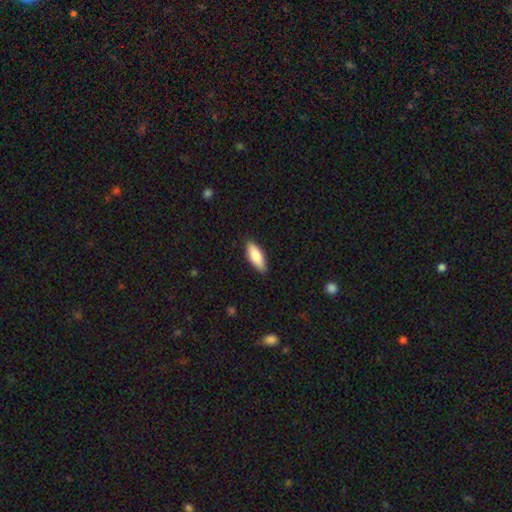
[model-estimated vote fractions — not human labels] Overall: smooth (82%). How rounded: in between (76%). Merging: none (87%).